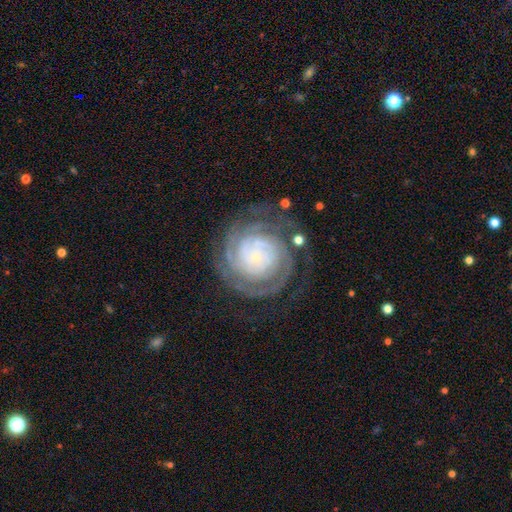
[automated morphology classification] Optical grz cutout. It shows a featured or disk galaxy (86%) with no bar (80%), tight (82%) spiral arms (96%) and a small central bulge (85%). Merging: none (71%).